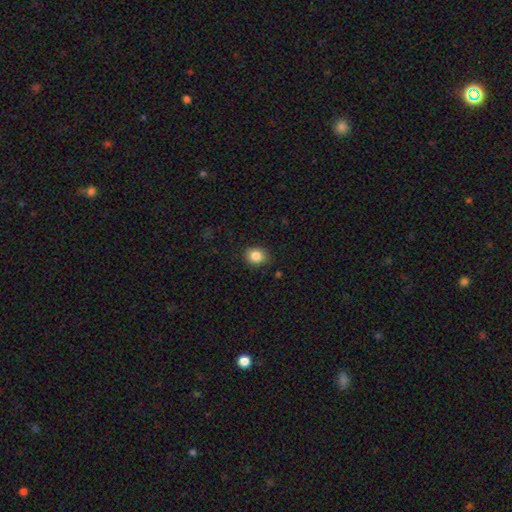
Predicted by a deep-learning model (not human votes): This is clearly a smooth galaxy (85%). How rounded: likely round (63%). Merging: clearly none (86%).